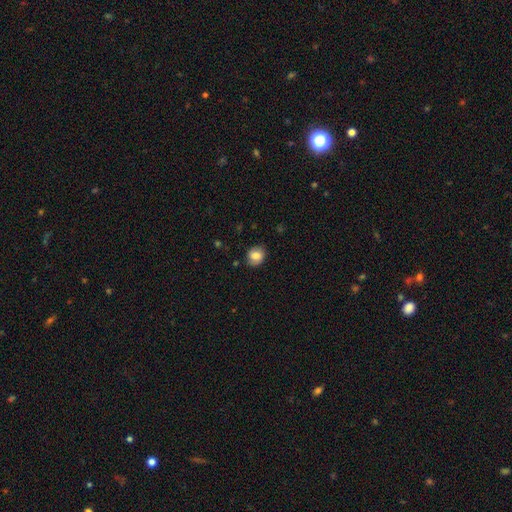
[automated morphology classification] Smooth or featured? Predicted: smooth (p=0.77). How rounded? Predicted: round (p=0.64). Merging? Predicted: none (p=0.82).